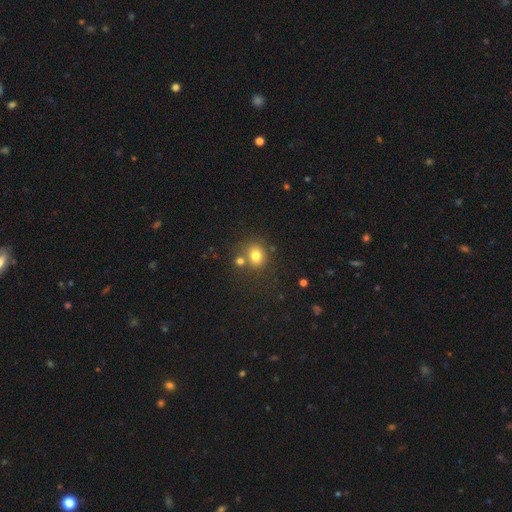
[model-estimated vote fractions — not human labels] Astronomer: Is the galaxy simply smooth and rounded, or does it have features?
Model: smooth — 76%.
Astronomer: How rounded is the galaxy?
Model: round — 67%.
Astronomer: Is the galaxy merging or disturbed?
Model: none — 60%.